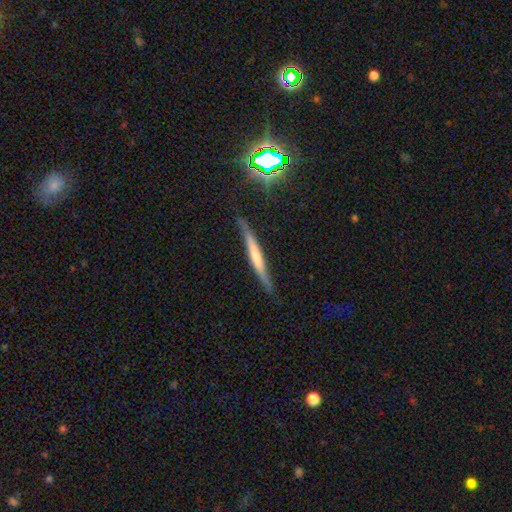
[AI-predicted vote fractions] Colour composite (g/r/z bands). It shows a featured or disk galaxy (57%) viewed edge-on (95%) with no central bulge (49%). Merging: none (84%).